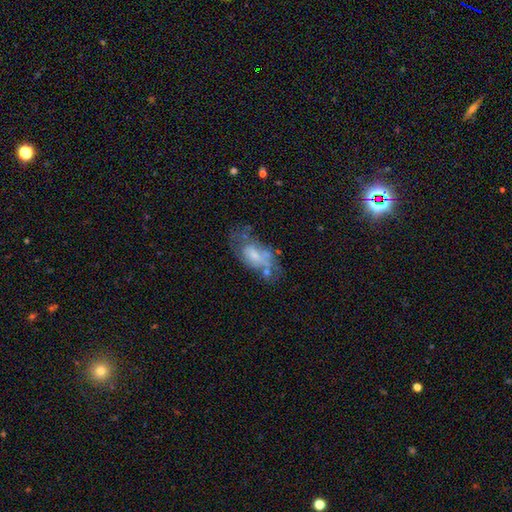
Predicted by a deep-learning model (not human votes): Smooth or featured?
  - featured or disk: 48% *
  - smooth: 42%
  - star or artifact: 9%
Merging?
  - none: 32% *
  - major disturbance: 28%
  - minor disturbance: 26%
  - merger: 14%